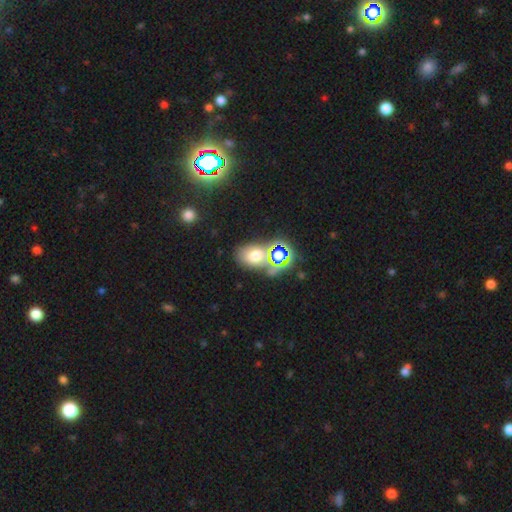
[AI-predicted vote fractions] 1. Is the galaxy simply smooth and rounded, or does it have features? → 57% smooth, 29% star or artifact, 14% featured or disk.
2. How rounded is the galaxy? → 71% in between, 27% round, 2% cigar-shaped.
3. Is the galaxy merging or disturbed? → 61% none, 18% merger, 14% minor disturbance, 7% major disturbance.